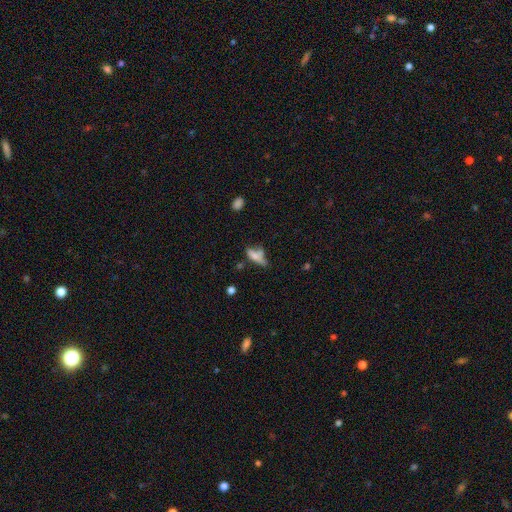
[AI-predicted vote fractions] Morphology: type=smooth (62%); roundness=in between (50%); merging=none (39%).